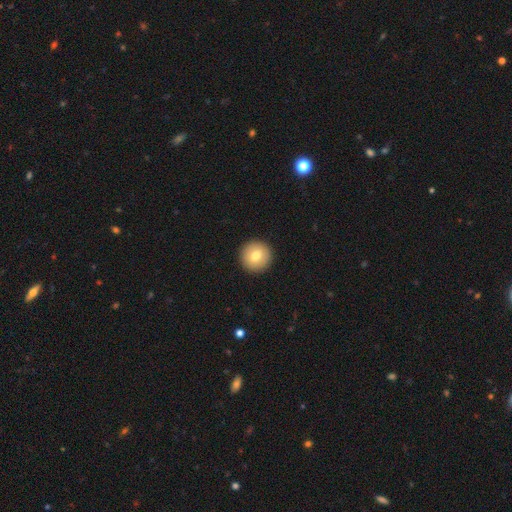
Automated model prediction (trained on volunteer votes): Morphology: type=smooth (76%); roundness=round (96%); merging=none (93%).